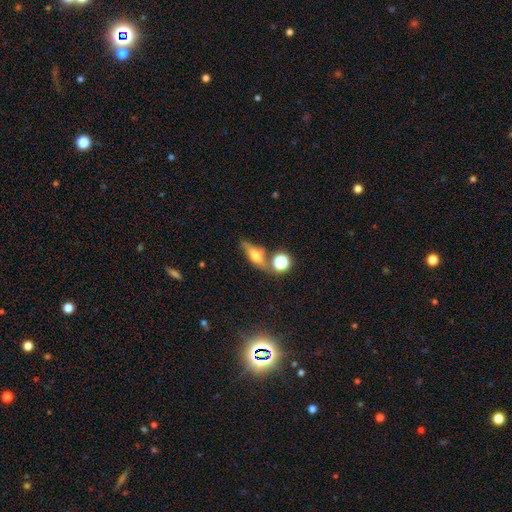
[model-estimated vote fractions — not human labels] smooth 48%, featured or disk 39%, star or artifact 13%. Down the decision tree: merging — none (60%).